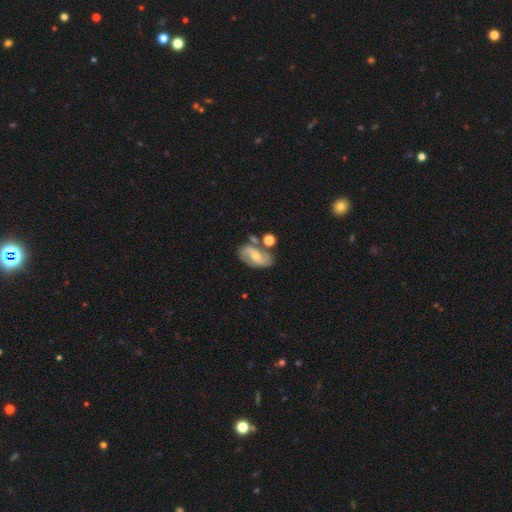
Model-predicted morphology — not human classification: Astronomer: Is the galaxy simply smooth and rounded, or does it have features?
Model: featured or disk — 72%.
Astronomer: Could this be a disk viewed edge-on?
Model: no — 96%.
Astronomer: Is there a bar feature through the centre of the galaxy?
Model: no — 47% (runner-up: weak, 37%).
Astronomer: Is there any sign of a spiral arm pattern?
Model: yes — 90%.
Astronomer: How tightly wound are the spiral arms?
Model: medium — 43% (runner-up: loose, 36%).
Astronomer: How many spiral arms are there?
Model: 2 — 87%.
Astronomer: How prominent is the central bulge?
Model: small — 56% (runner-up: moderate, 39%).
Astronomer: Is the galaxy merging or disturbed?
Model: none — 63%.